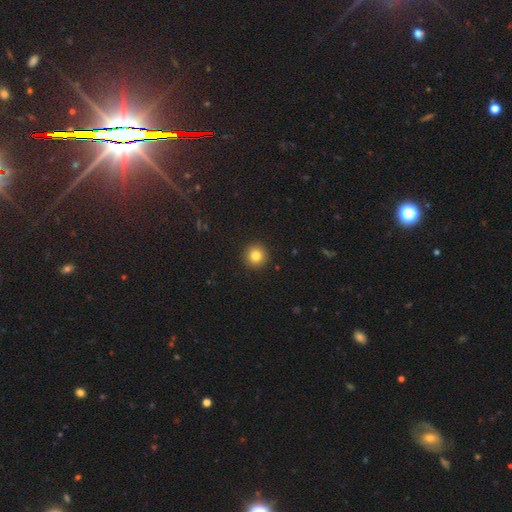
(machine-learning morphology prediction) This appears to be a smooth galaxy with no disk features (83%) that is round (95%). Merging: none (93%).